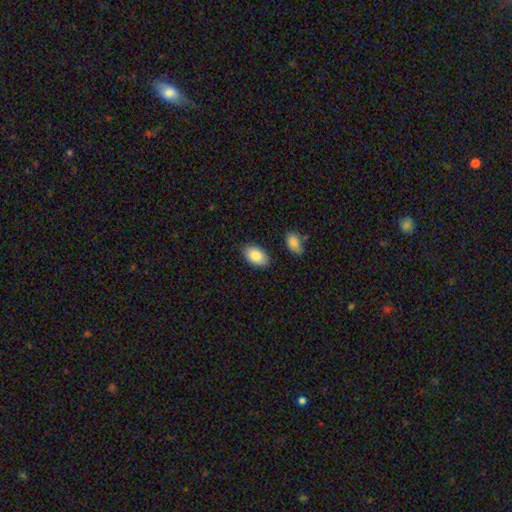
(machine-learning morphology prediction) Smooth or featured?
  - smooth: 86% *
  - featured or disk: 7%
  - star or artifact: 6%
How rounded?
  - in between: 94% *
  - round: 5%
  - cigar-shaped: 1%
Merging?
  - none: 83% *
  - minor disturbance: 12%
  - merger: 3%
  - major disturbance: 3%